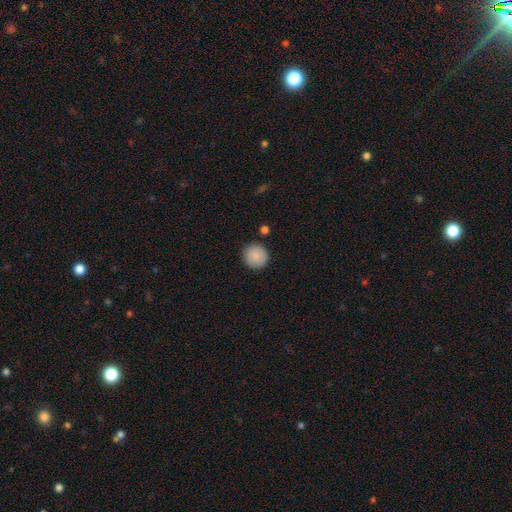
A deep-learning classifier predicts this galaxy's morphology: smooth 87%, star or artifact 7%, featured or disk 6%. Down the decision tree: how rounded — round (95%); merging — none (89%).